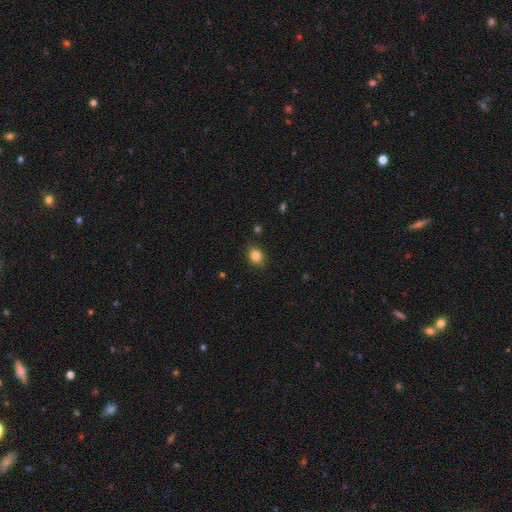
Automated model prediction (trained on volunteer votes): Morphology: type=smooth (84%); roundness=round (58%); merging=none (87%).